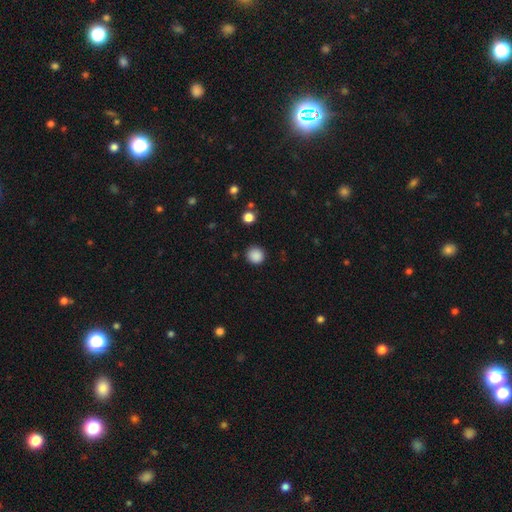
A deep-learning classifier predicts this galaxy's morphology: Q: Smooth or featured?
A: smooth (87%); runner-up: star or artifact (10%)
Q: How rounded?
A: round (92%); runner-up: in between (7%)
Q: Merging?
A: none (89%); runner-up: minor disturbance (7%)